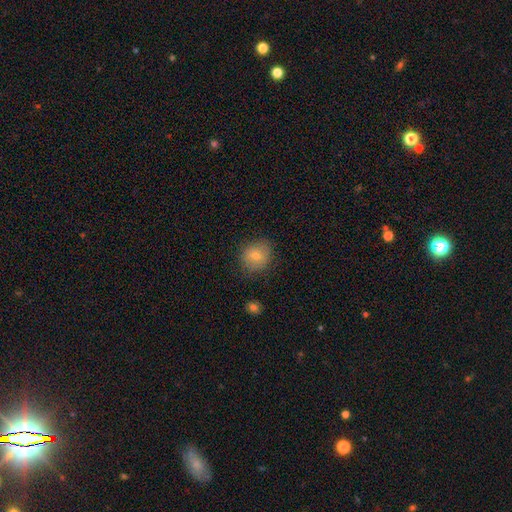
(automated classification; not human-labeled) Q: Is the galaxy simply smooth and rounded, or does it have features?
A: smooth — 75%.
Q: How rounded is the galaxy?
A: round — 75%.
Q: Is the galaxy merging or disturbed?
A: none — 83%.